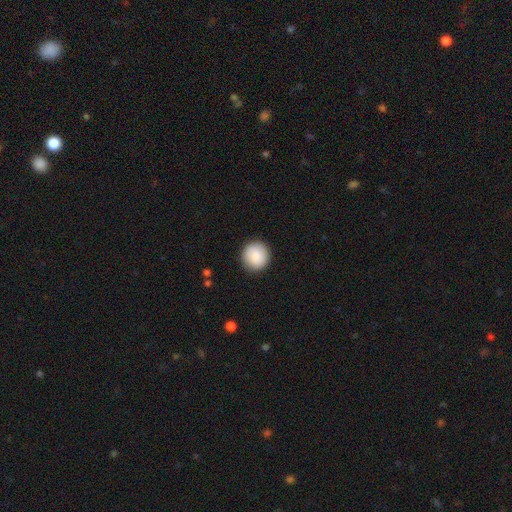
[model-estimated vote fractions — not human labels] Overall: smooth (89%). How rounded: round (95%). Merging: none (91%).